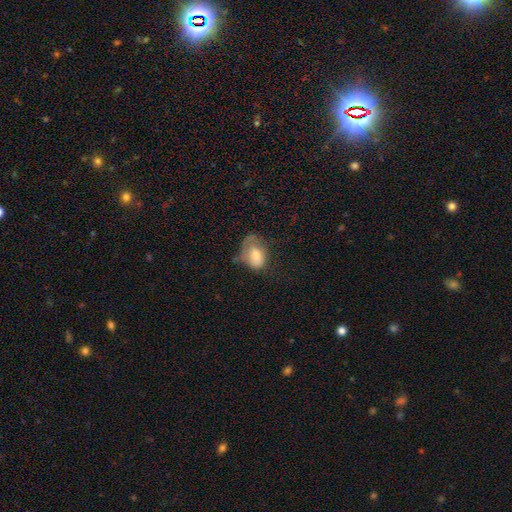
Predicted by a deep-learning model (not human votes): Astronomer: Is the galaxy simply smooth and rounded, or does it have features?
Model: smooth — 69%.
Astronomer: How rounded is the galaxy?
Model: in between — 78%.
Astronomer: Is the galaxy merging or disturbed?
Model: minor disturbance — 35% (runner-up: major disturbance, 32%).